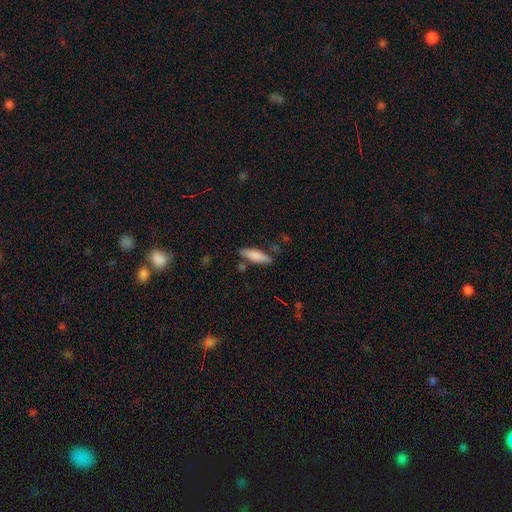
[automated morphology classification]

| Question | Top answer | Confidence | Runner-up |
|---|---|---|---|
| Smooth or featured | smooth | 80% | featured or disk (14%) |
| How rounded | cigar-shaped | 54% | in between (44%) |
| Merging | none | 77% | minor disturbance (15%) |